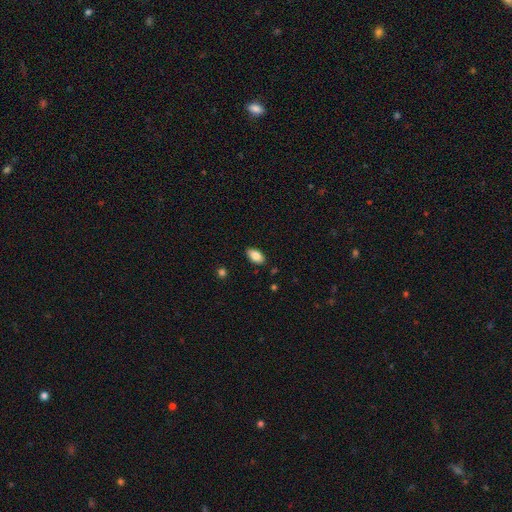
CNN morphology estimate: The model was most divided on "smooth or featured": smooth: 84%, featured or disk: 9%, star or artifact: 7%. More confident: how rounded — in between (93%); merging — none (87%).